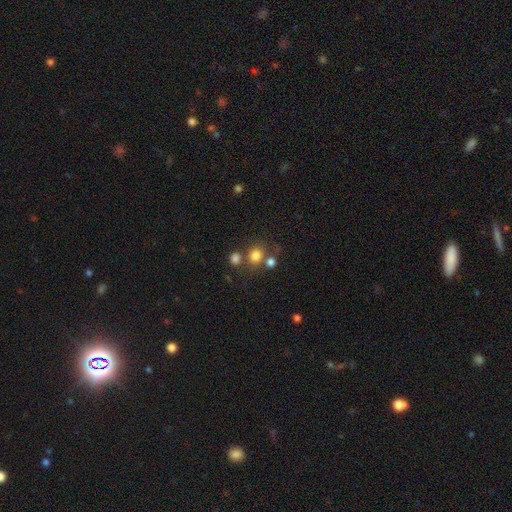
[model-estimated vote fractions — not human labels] smooth 78%, star or artifact 15%, featured or disk 8%. Down the decision tree: how rounded — round (82%); merging — none (67%).